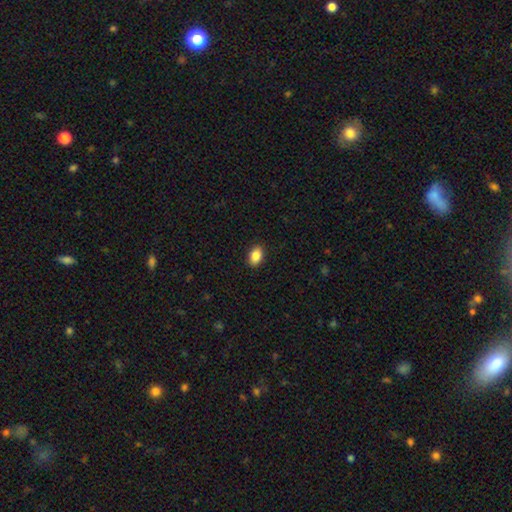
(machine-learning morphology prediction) A smooth galaxy with no disk features (87%) that is in between round and cigar-shaped (87%).

Vote fractions:
- Smooth or featured? smooth: 87% / star or artifact: 8% / featured or disk: 5%
- How rounded? in between: 87% / round: 12% / cigar-shaped: 1%
- Merging? none: 90% / minor disturbance: 7% / major disturbance: 2% / merger: 1%